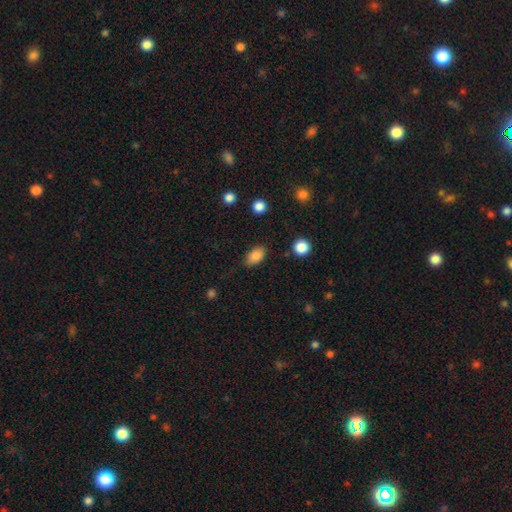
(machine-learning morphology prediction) Overall: smooth (85%). How rounded: in between (89%). Merging: none (82%).